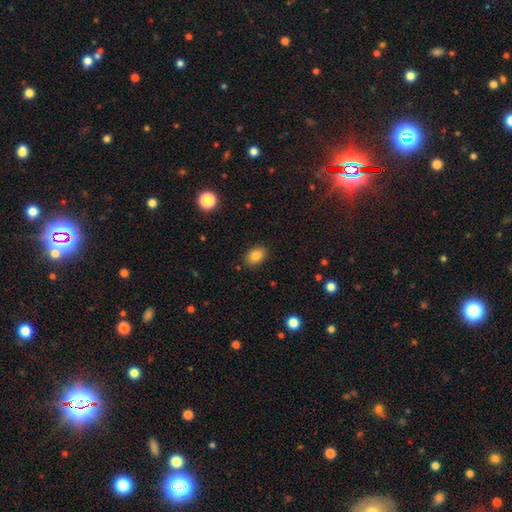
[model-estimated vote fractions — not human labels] This appears to be a smooth galaxy with no disk features (84%) that is in between round and cigar-shaped (82%). Merging: none (87%).